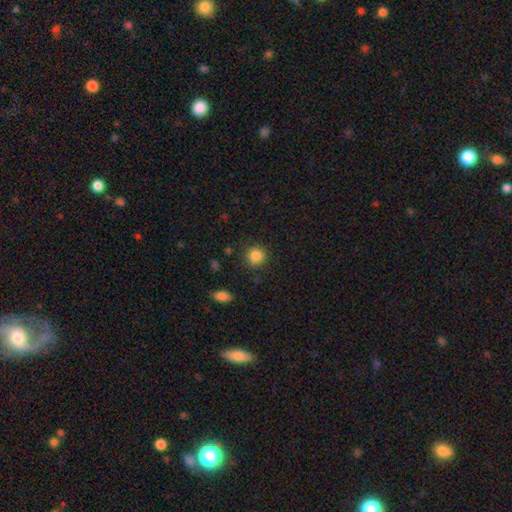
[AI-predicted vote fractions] smooth 85%, star or artifact 10%, featured or disk 5%. Down the decision tree: how rounded — round (90%); merging — none (88%).